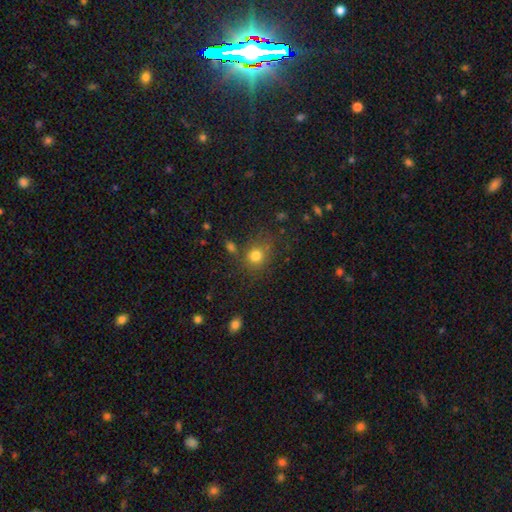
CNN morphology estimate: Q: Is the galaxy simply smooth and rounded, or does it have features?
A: smooth — 78%.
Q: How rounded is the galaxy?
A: round — 77%.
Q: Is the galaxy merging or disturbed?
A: none — 72%.